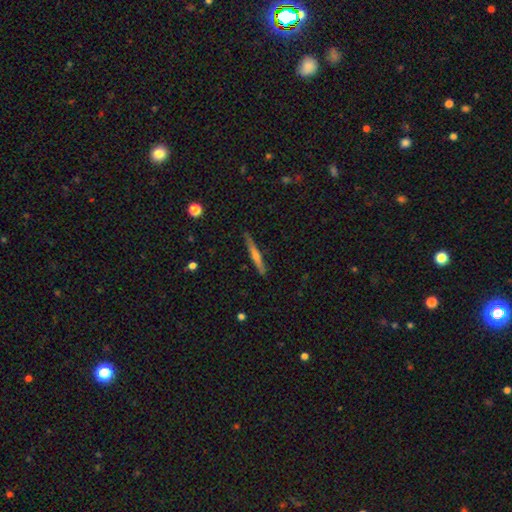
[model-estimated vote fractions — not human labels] A featured or disk galaxy (64%) viewed edge-on (97%) with a rounded central bulge (71%). Merging: none (90%).